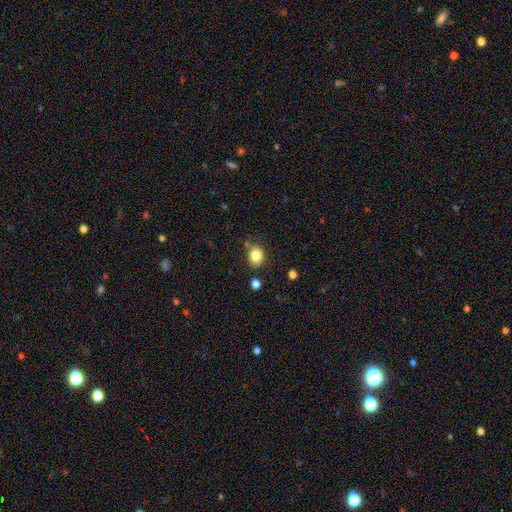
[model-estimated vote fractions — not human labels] smooth-or-featured: smooth: 84% | star or artifact: 10% | featured or disk: 6%
  how-rounded: round: 61% | in between: 39% | cigar-shaped: 1%
  merging: none: 78% | minor disturbance: 14% | merger: 5% | major disturbance: 4%